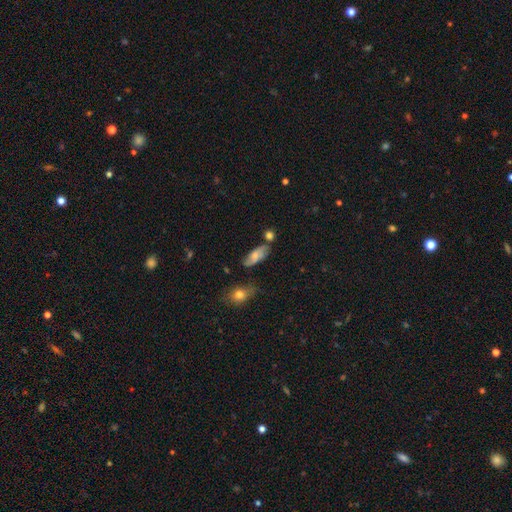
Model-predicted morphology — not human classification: smooth_or_featured: smooth (p=0.55) [alt: featured or disk p=0.36]
how_rounded: in between (p=0.75) [alt: cigar-shaped p=0.21]
merging: none (p=0.63) [alt: minor disturbance p=0.21]